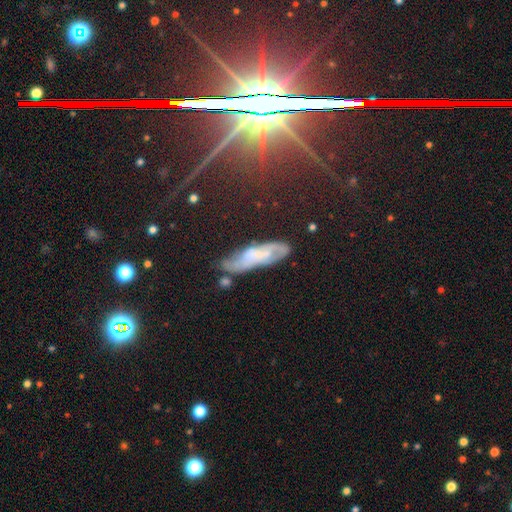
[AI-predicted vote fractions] Overall: featured or disk (57%; smooth 32%). Edge-on disk: no (73%). Merging: none (65%).